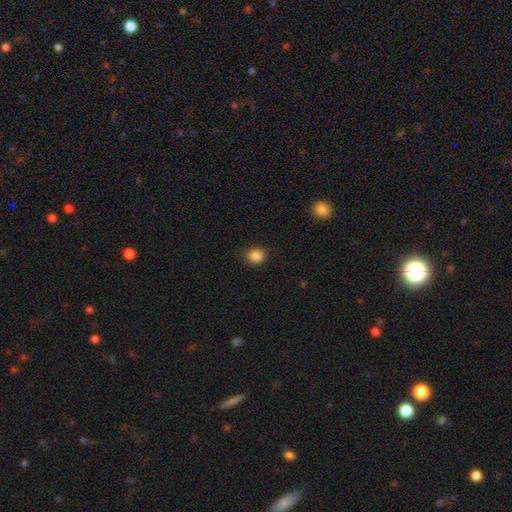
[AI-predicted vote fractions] The model was most divided on "how rounded": round: 76%, in between: 23%, cigar-shaped: 1%. More confident: smooth or featured — smooth (86%); merging — none (86%).